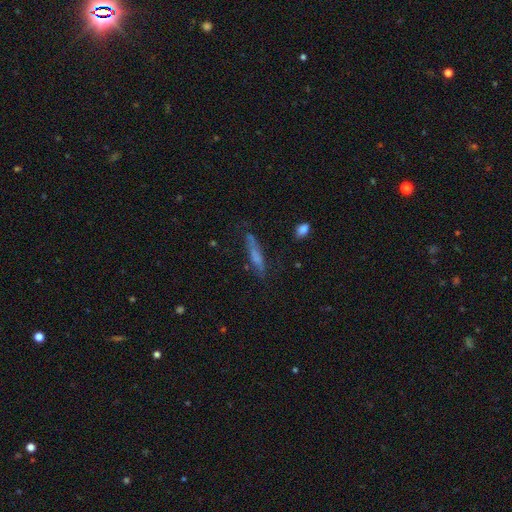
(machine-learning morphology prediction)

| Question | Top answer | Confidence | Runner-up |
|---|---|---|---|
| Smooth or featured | smooth | 56% | featured or disk (33%) |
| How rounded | cigar-shaped | 85% | in between (13%) |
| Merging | none | 67% | minor disturbance (22%) |